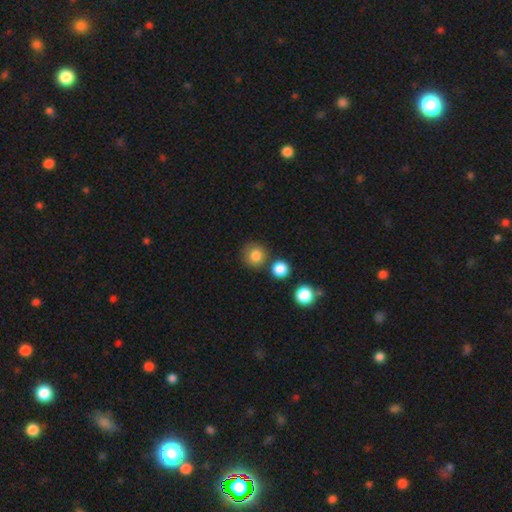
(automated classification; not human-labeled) Smooth or featured?
  - smooth: 83% *
  - star or artifact: 11%
  - featured or disk: 6%
How rounded?
  - round: 91% *
  - in between: 8%
  - cigar-shaped: 1%
Merging?
  - none: 76% *
  - merger: 11%
  - minor disturbance: 10%
  - major disturbance: 3%